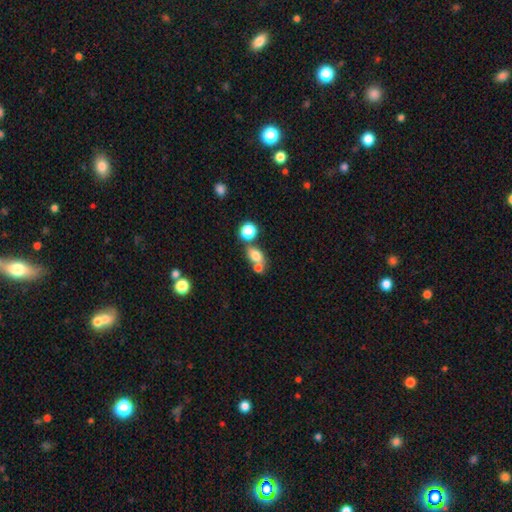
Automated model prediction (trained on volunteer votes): Smooth or featured? Predicted: smooth (p=0.75). How rounded? Predicted: in between (p=0.69). Merging? Predicted: none (p=0.43).